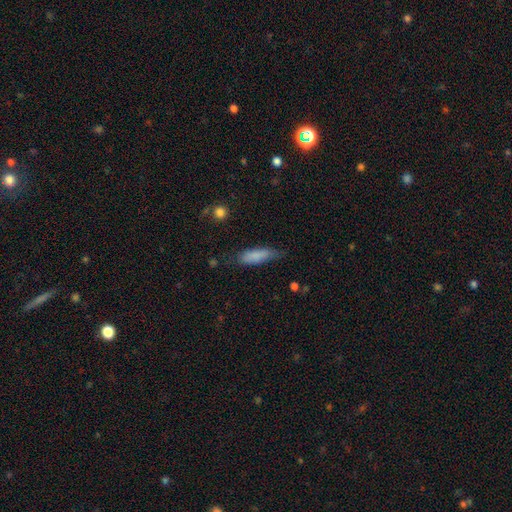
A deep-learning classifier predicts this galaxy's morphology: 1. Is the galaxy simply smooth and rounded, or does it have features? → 81% smooth, 12% featured or disk, 7% star or artifact.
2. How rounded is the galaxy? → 52% cigar-shaped, 46% in between, 2% round.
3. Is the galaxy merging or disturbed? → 61% none, 29% minor disturbance, 8% major disturbance, 2% merger.